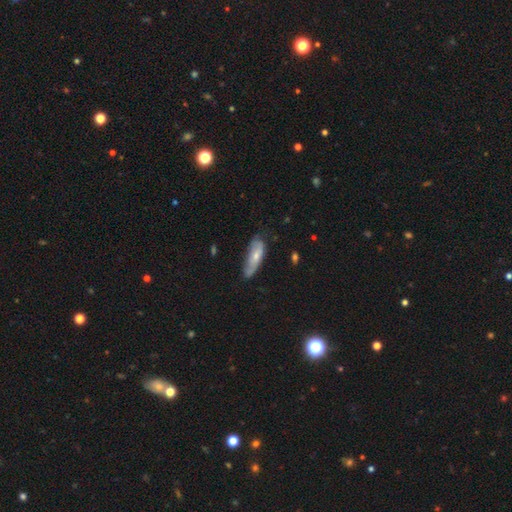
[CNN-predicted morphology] Smooth or featured? Predicted: smooth (p=0.55). How rounded? Predicted: in between (p=0.59). Merging? Predicted: none (p=0.53).